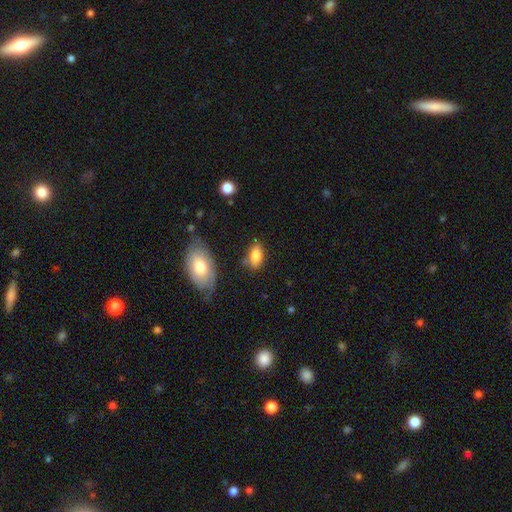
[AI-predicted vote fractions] Smooth or featured? smooth (82%)
How rounded? in between (89%)
Merging? none (57%)